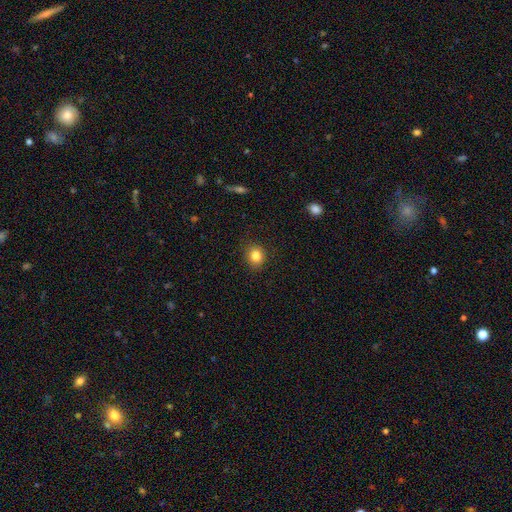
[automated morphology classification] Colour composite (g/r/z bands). It shows a smooth galaxy with no disk features (83%) that is round (75%). Merging: none (86%).